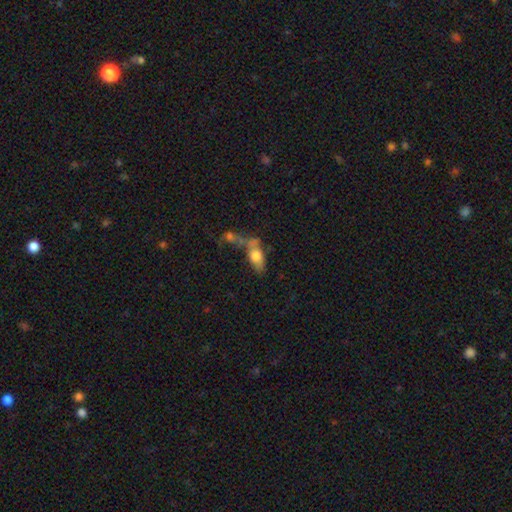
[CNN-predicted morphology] smooth-or-featured: smooth: 65% | featured or disk: 26% | star or artifact: 9%
  how-rounded: in between: 79% | cigar-shaped: 13% | round: 7%
  merging: merger: 44% | none: 25% | major disturbance: 17% | minor disturbance: 14%